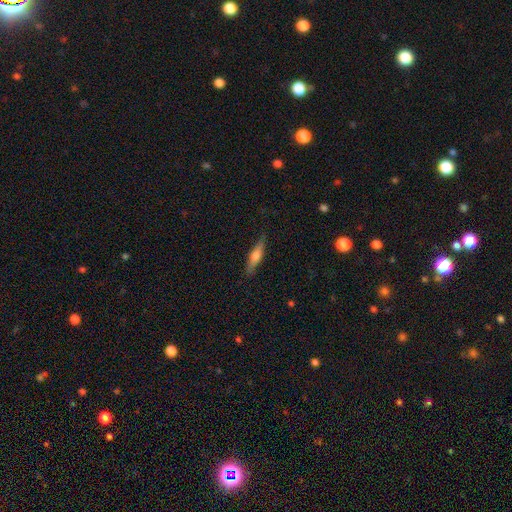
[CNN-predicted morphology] type=smooth (54%); roundness=cigar-shaped (78%); merging=none (84%).